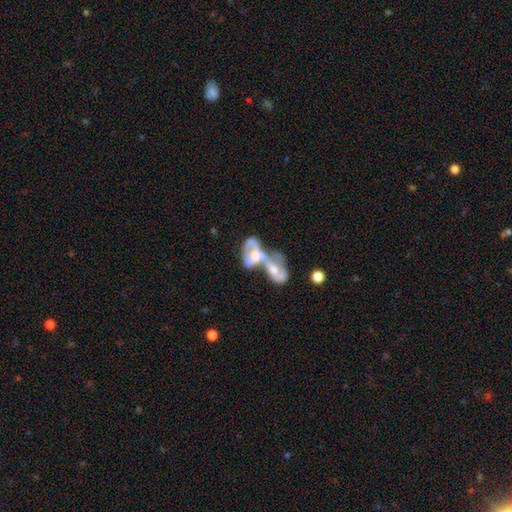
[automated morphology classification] A featured or disk galaxy (61%) with no bar (68%), spiral arms (53%) and a moderate central bulge (48%).

Vote fractions:
- Smooth or featured? featured or disk: 61% / smooth: 30% / star or artifact: 9%
- Edge-on disk? no: 93% / yes: 7%
- Bar? no: 68% / weak: 24% / strong: 9%
- Spiral arms? yes: 53% / no: 47%
- Bulge size? moderate: 48% / small: 22% / none: 16% / large: 12% / dominant: 2%
- Merging? merger: 81% / major disturbance: 9% / none: 7% / minor disturbance: 4%